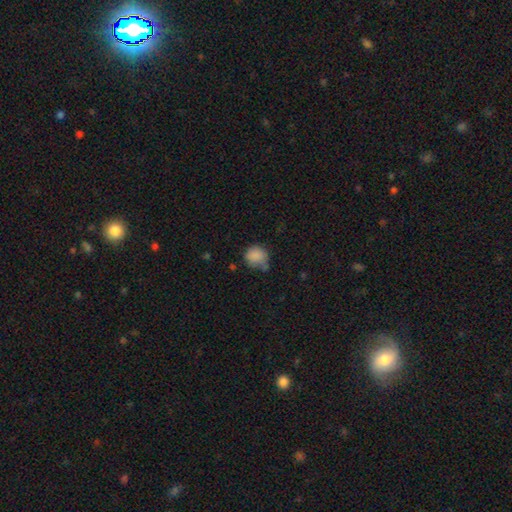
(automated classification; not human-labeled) Q: Smooth or featured?
A: smooth (86%); runner-up: star or artifact (9%)
Q: How rounded?
A: round (79%); runner-up: in between (20%)
Q: Merging?
A: none (56%); runner-up: minor disturbance (29%)